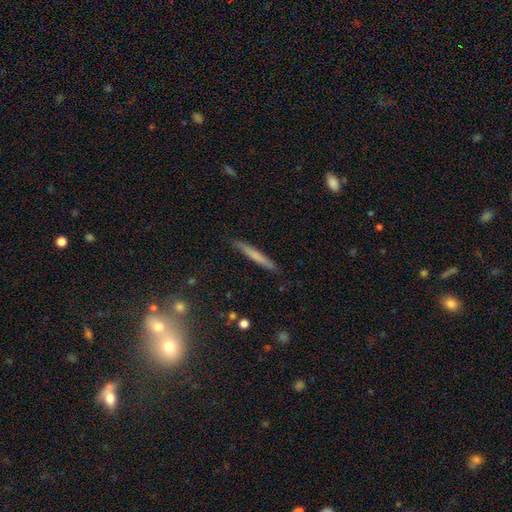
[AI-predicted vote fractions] smooth 61%, featured or disk 32%, star or artifact 7%. Down the decision tree: how rounded — cigar-shaped (95%); merging — none (86%).